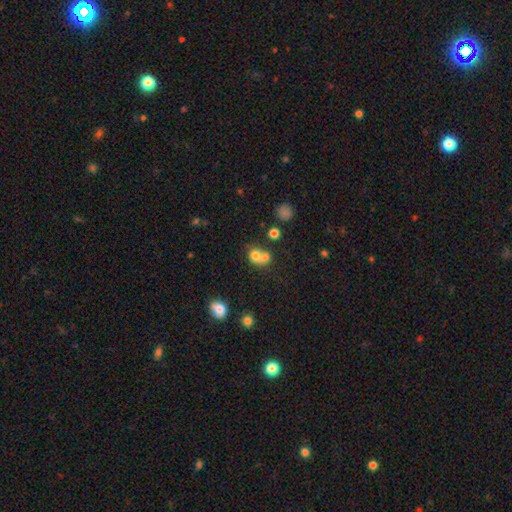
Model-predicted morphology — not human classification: smooth-or-featured: smooth: 71% | featured or disk: 16% | star or artifact: 12%
  how-rounded: round: 70% | in between: 29% | cigar-shaped: 1%
  merging: merger: 61% | none: 28% | minor disturbance: 7% | major disturbance: 4%